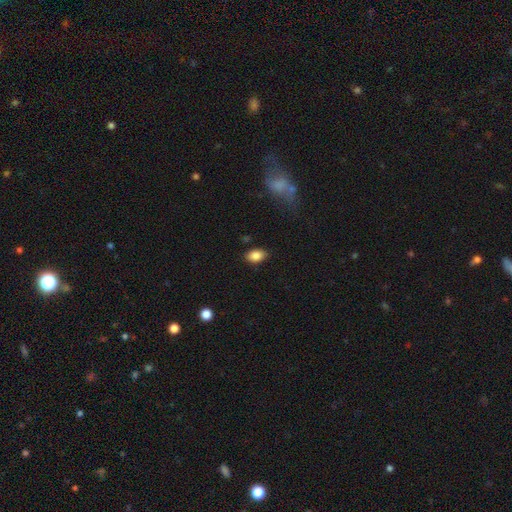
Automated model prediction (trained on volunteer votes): Morphology: type=smooth (86%); roundness=in between (85%); merging=none (84%).